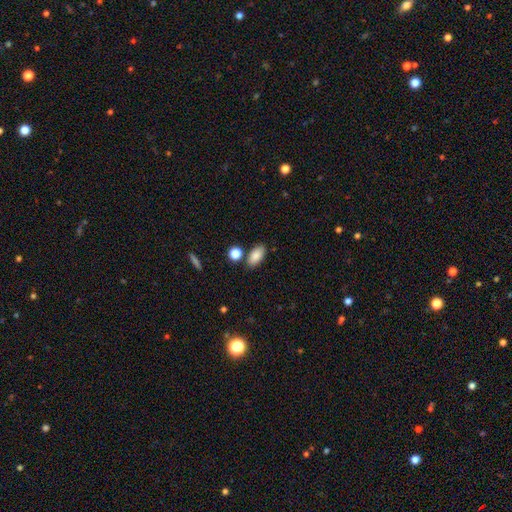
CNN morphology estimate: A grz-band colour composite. It shows a smooth galaxy with no disk features (86%) that is in between round and cigar-shaped (91%). Merging: none (79%).